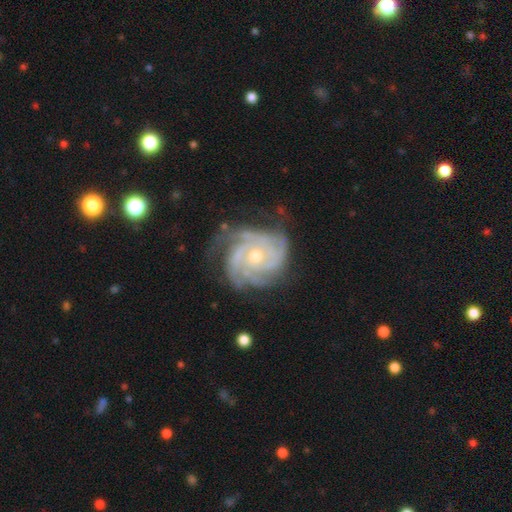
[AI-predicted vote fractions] featured or disk 89%, smooth 5%, star or artifact 5%. Down the decision tree: edge-on disk — no (98%); bar — no (76%); spiral arms — yes (97%); spiral arm count — 4 (28%); spiral winding — tight (70%); bulge size — moderate (50%); merging — none (66%).